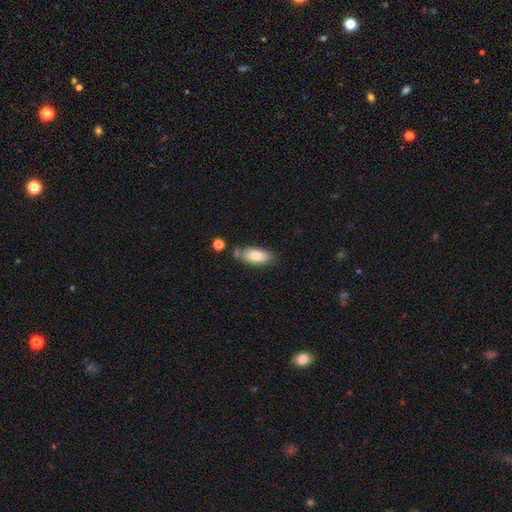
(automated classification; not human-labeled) Morphology: type=smooth (78%); roundness=in between (85%); merging=none (68%).